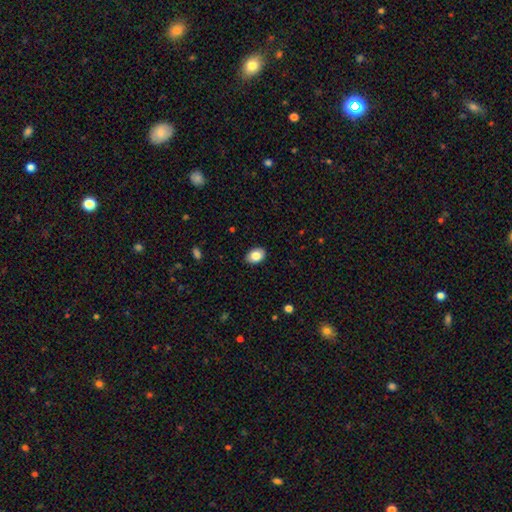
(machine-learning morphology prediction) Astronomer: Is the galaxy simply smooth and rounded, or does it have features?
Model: smooth — 86%.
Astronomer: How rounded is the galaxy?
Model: in between — 75%.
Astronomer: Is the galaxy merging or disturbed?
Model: none — 88%.